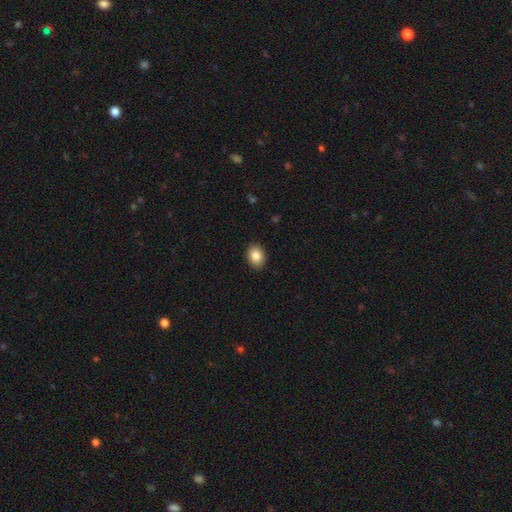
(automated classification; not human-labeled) Smooth or featured: smooth — 86% (star or artifact — 8%)
How rounded: in between — 71% (round — 28%)
Merging: none — 89% (minor disturbance — 8%)